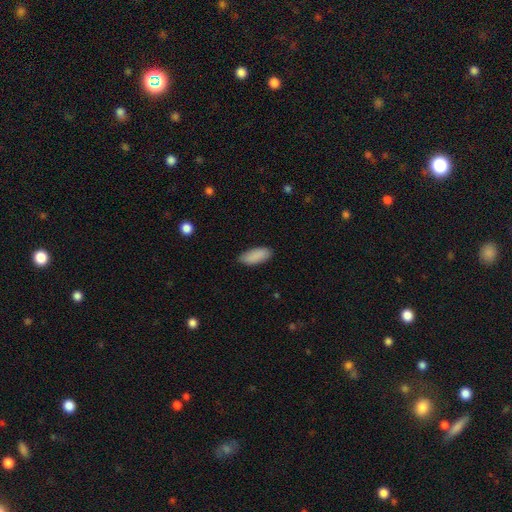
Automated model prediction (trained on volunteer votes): smooth_or_featured: smooth (p=0.90) [alt: star or artifact p=0.06]
how_rounded: in between (p=0.85) [alt: cigar-shaped p=0.13]
merging: none (p=0.85) [alt: minor disturbance p=0.12]